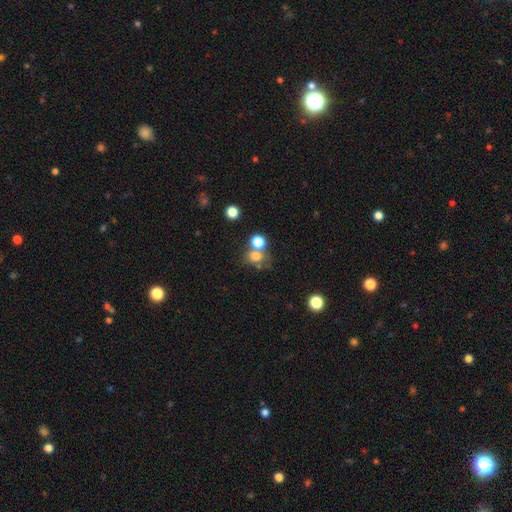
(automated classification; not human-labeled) smooth 73%, star or artifact 16%, featured or disk 11%. Down the decision tree: how rounded — round (68%); merging — none (47%).